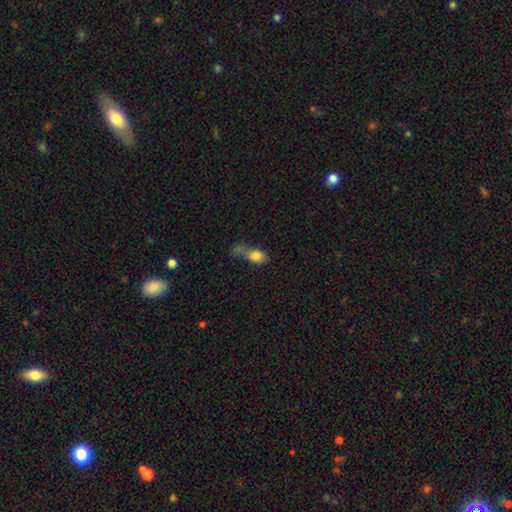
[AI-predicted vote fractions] Smooth or featured? Predicted: smooth (p=0.77). How rounded? Predicted: in between (p=0.77). Merging? Predicted: merger (p=0.33).